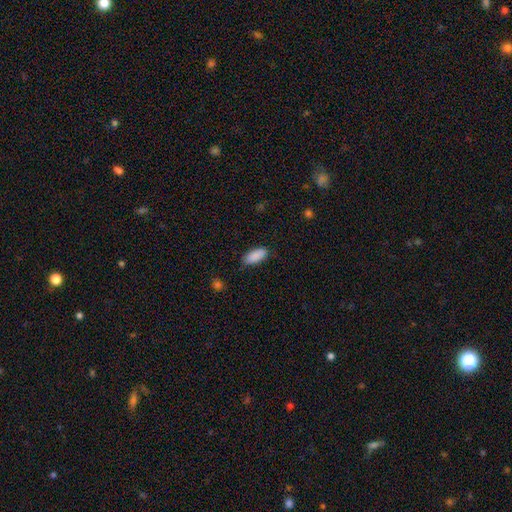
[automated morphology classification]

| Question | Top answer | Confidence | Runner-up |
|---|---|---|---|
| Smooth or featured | smooth | 90% | star or artifact (6%) |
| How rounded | in between | 84% | cigar-shaped (14%) |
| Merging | none | 84% | minor disturbance (12%) |